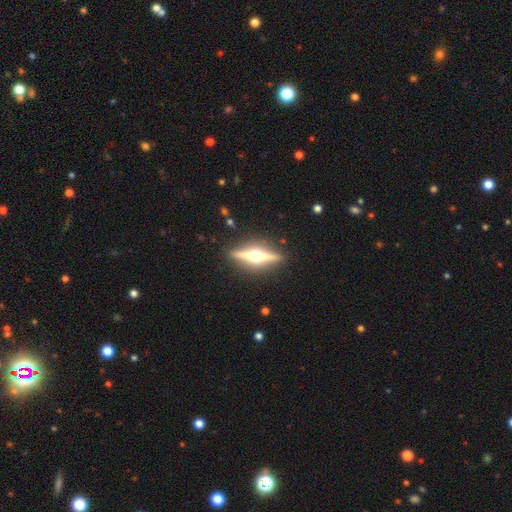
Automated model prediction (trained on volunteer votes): Q: Smooth or featured?
A: featured or disk (83%); runner-up: smooth (11%)
Q: Edge-on disk?
A: yes (98%); runner-up: no (2%)
Q: Edge-on bulge?
A: rounded (96%); runner-up: boxy (2%)
Q: Merging?
A: none (91%); runner-up: minor disturbance (6%)